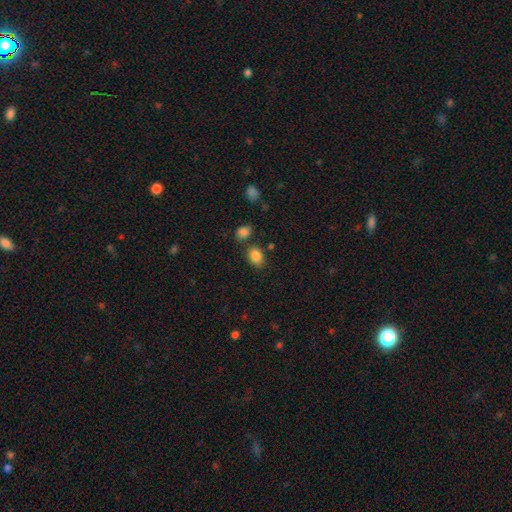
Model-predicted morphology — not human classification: smooth 85%, star or artifact 10%, featured or disk 5%. Down the decision tree: how rounded — in between (61%); merging — none (74%).